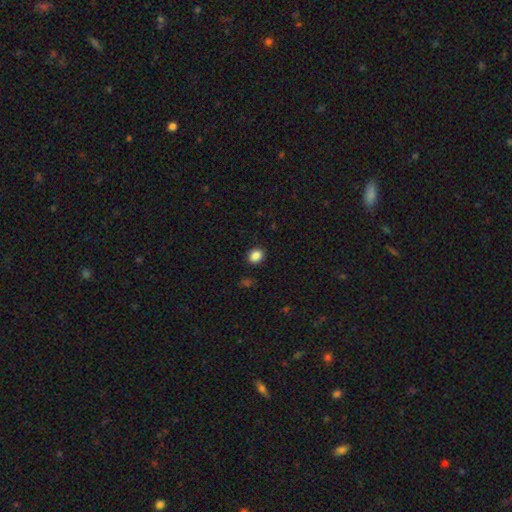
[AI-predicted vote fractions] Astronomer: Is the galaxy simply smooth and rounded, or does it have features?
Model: smooth — 87%.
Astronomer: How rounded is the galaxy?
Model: round — 62% (runner-up: in between, 37%).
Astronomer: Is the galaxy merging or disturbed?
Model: none — 89%.